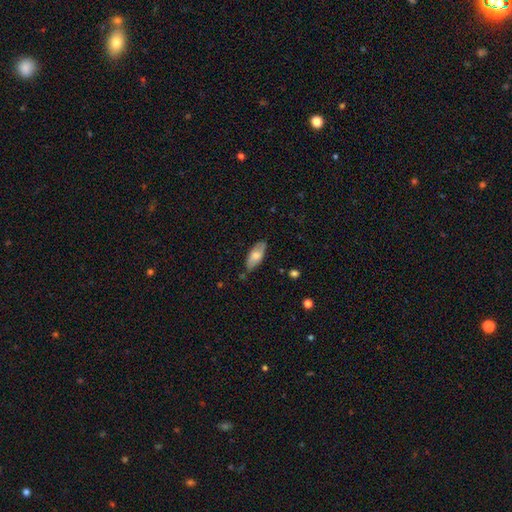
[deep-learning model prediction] Q: Smooth or featured?
A: smooth (69%); runner-up: featured or disk (25%)
Q: How rounded?
A: in between (83%); runner-up: cigar-shaped (15%)
Q: Merging?
A: none (77%); runner-up: minor disturbance (18%)